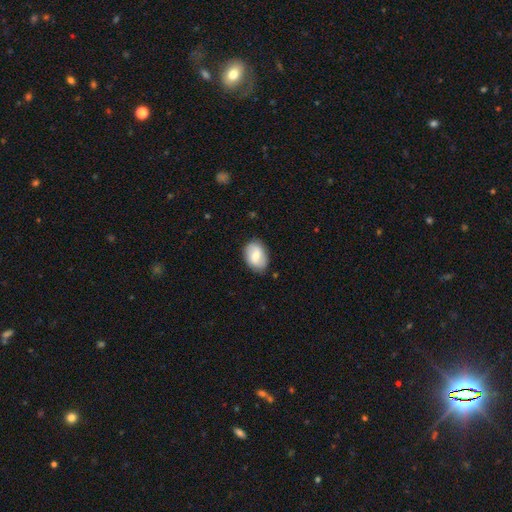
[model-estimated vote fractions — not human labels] smooth 63%, featured or disk 31%, star or artifact 7%. Down the decision tree: how rounded — in between (78%); merging — none (80%).